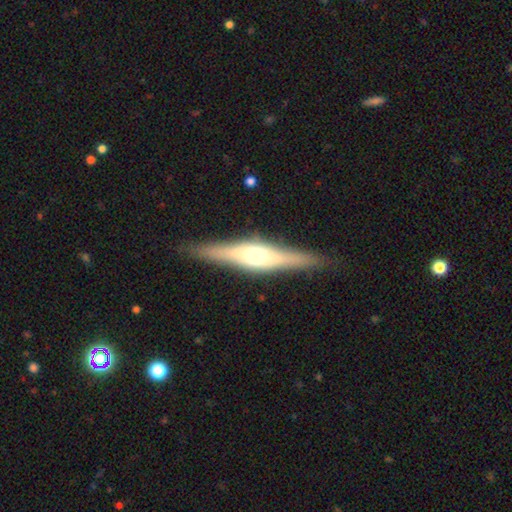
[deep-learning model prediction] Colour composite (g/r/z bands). It shows a featured or disk galaxy (74%) viewed edge-on (97%) with a rounded central bulge (85%). Merging: none (89%).